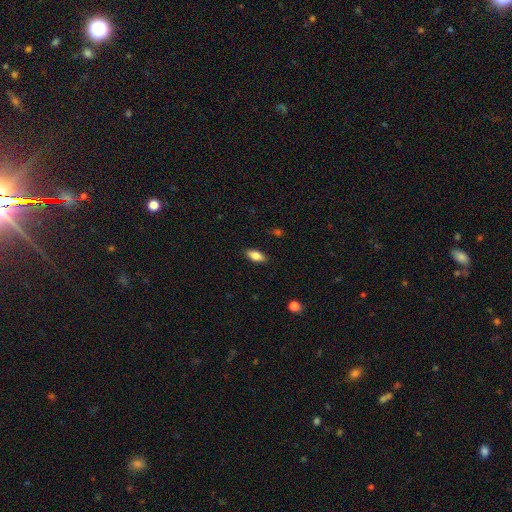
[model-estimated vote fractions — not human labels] Morphology: type=smooth (79%); roundness=in between (86%); merging=none (88%).